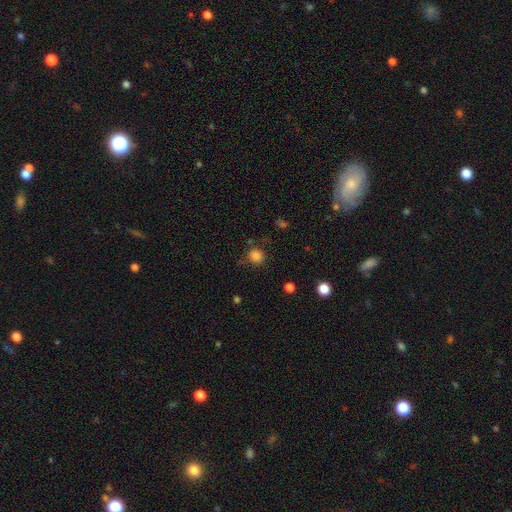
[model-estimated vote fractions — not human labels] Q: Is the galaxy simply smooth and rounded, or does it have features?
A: smooth — 83%.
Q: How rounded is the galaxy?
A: round — 85%.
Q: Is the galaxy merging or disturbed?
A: none — 77%.